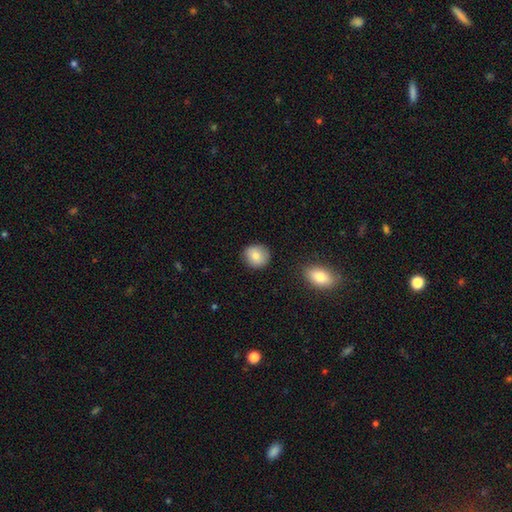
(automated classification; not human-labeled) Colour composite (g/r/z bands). It shows a smooth galaxy with no disk features (81%) that is round (87%). Merging: none (86%).